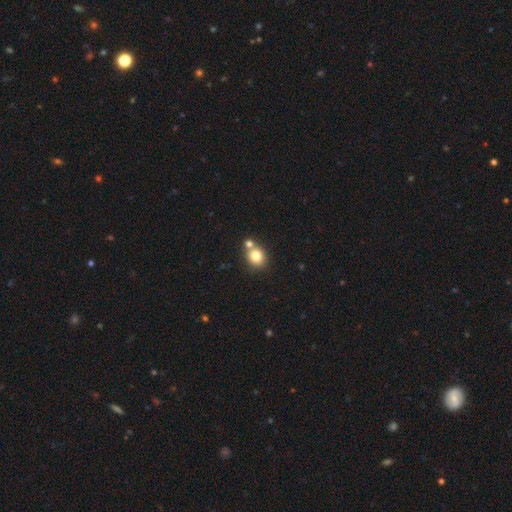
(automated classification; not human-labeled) A smooth galaxy with no disk features (79%) that is round (72%). Merging: none (58%).